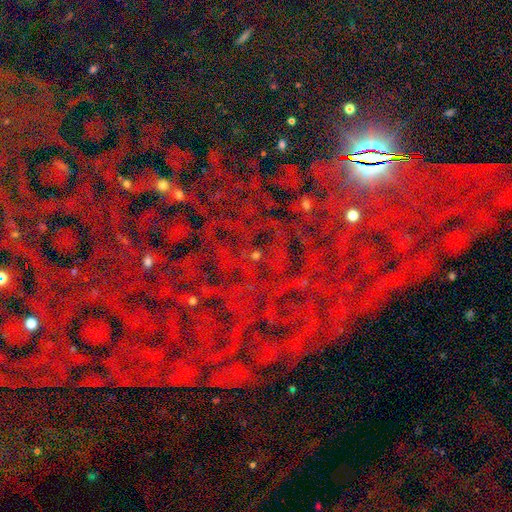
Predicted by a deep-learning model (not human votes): This is likely a star or artifact rather than a galaxy (75%).